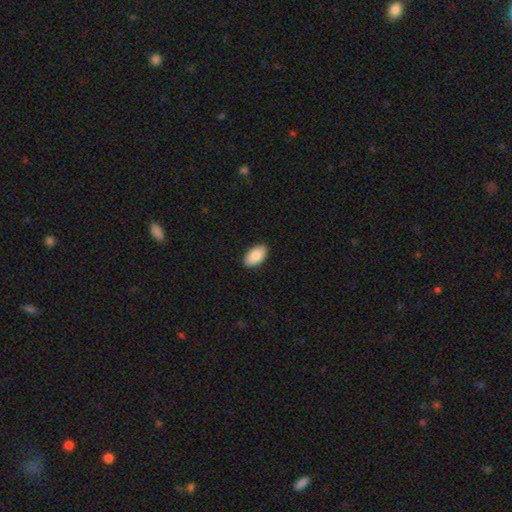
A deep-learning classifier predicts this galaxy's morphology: Smooth or featured?
  - smooth: 88% *
  - featured or disk: 6%
  - star or artifact: 6%
How rounded?
  - in between: 95% *
  - round: 3%
  - cigar-shaped: 2%
Merging?
  - none: 89% *
  - minor disturbance: 8%
  - major disturbance: 2%
  - merger: 1%